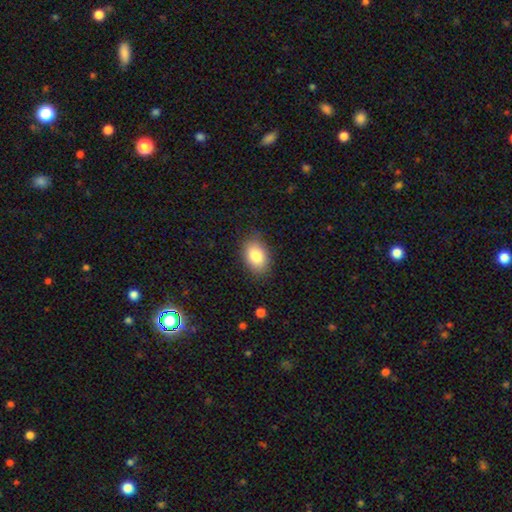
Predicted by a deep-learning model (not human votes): smooth-or-featured: smooth: 84% | featured or disk: 8% | star or artifact: 8%
  how-rounded: in between: 84% | round: 15% | cigar-shaped: 1%
  merging: none: 83% | minor disturbance: 13% | major disturbance: 3% | merger: 1%